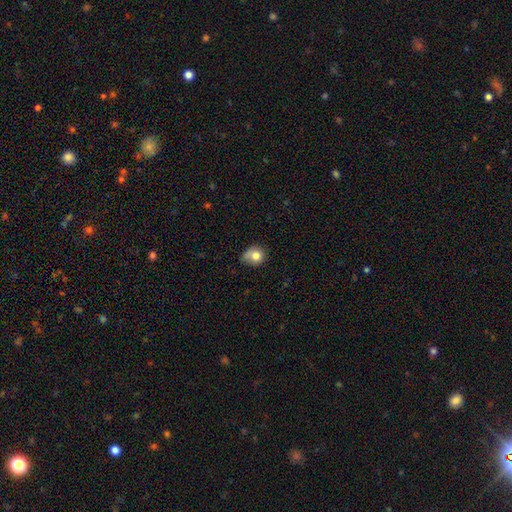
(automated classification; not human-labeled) Smooth or featured? Predicted: smooth (p=0.77). How rounded? Predicted: round (p=0.69). Merging? Predicted: none (p=0.44).